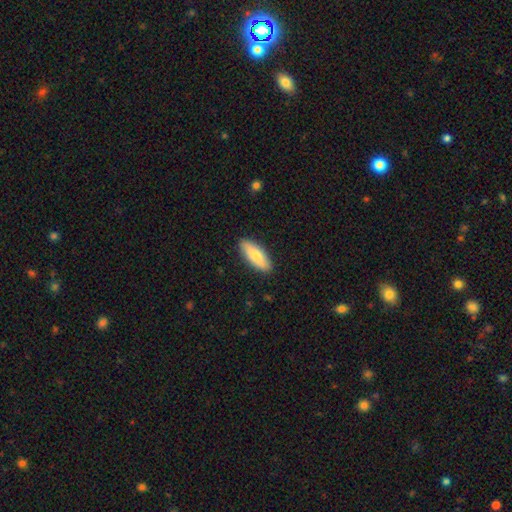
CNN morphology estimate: smooth_or_featured: smooth (p=0.81) [alt: featured or disk p=0.14]
how_rounded: in between (p=0.67) [alt: cigar-shaped p=0.32]
merging: none (p=0.89) [alt: minor disturbance p=0.08]